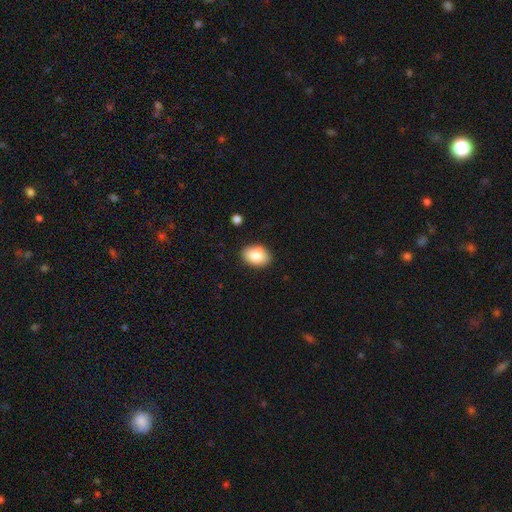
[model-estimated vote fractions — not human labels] Smooth or featured?
  - smooth: 84% *
  - featured or disk: 9%
  - star or artifact: 7%
How rounded?
  - in between: 80% *
  - round: 19%
  - cigar-shaped: 1%
Merging?
  - none: 87% *
  - minor disturbance: 9%
  - major disturbance: 2%
  - merger: 1%